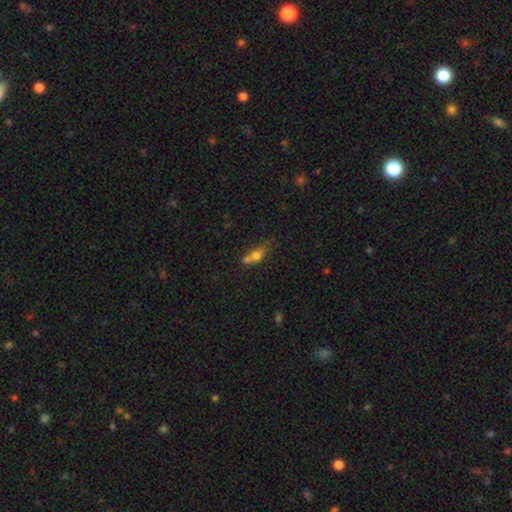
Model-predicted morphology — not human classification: smooth 64%, featured or disk 24%, star or artifact 12%. Down the decision tree: how rounded — in between (59%); merging — merger (42%).